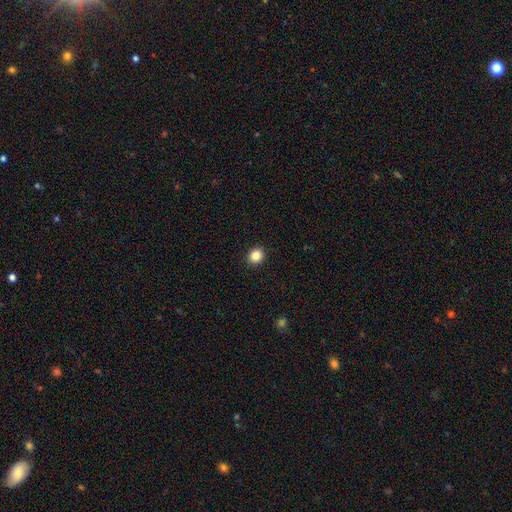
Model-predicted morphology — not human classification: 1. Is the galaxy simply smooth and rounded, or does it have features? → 85% smooth, 10% star or artifact, 4% featured or disk.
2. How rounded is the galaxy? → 76% round, 23% in between, 1% cigar-shaped.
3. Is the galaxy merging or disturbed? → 92% none, 5% minor disturbance, 2% major disturbance, 1% merger.